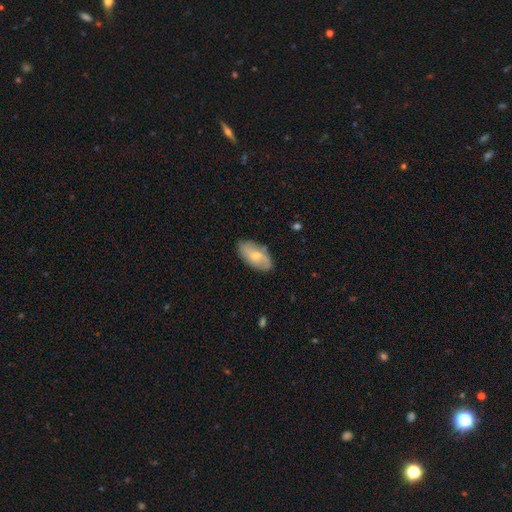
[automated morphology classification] Smooth or featured? smooth (55%)
How rounded? in between (92%)
Merging? none (79%)